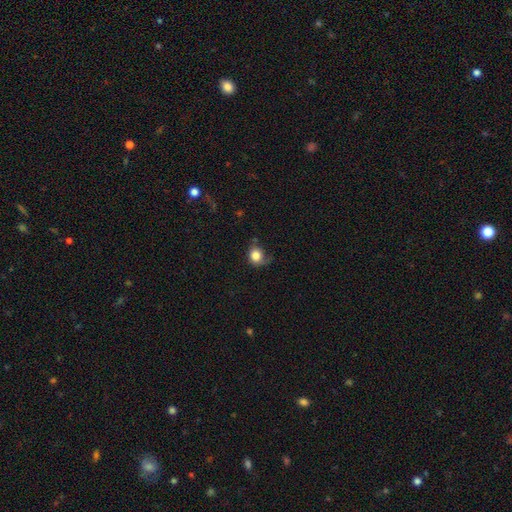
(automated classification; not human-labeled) The model was most divided on "merging": none: 49%, minor disturbance: 31%, major disturbance: 17%, merger: 3%. More confident: smooth or featured — smooth (81%); how rounded — round (71%).